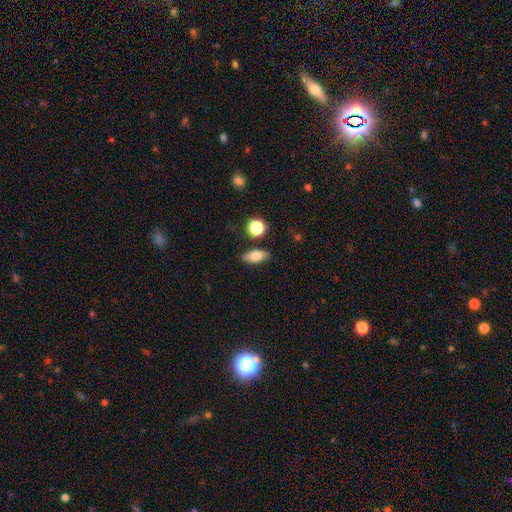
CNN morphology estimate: Smooth or featured?
  - smooth: 76% *
  - featured or disk: 16%
  - star or artifact: 9%
How rounded?
  - in between: 81% *
  - cigar-shaped: 12%
  - round: 7%
Merging?
  - none: 83% *
  - minor disturbance: 11%
  - merger: 3%
  - major disturbance: 3%